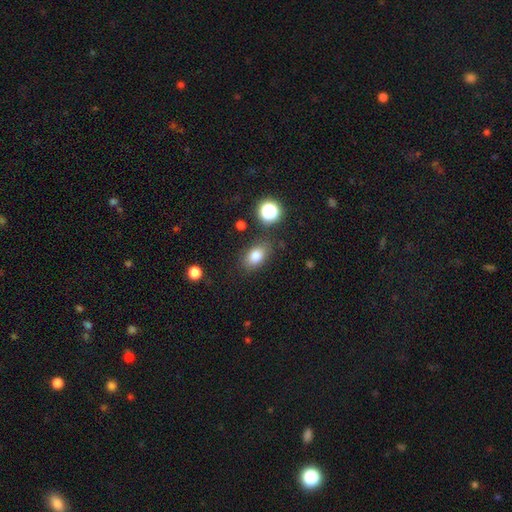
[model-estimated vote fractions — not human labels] Smooth or featured: smooth — 80% (star or artifact — 11%)
How rounded: in between — 82% (round — 16%)
Merging: none — 81% (minor disturbance — 12%)